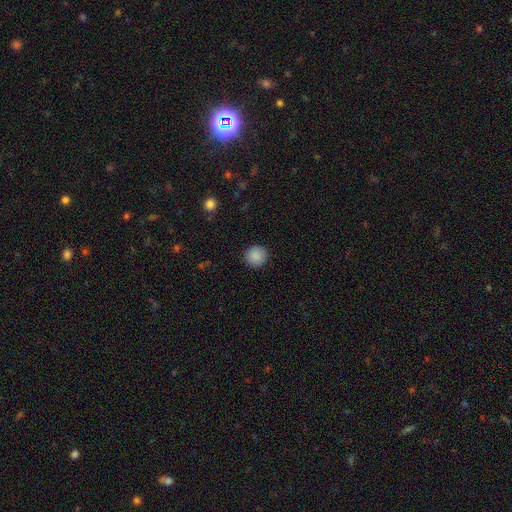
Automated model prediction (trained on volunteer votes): Q: Smooth or featured?
A: smooth (89%); runner-up: star or artifact (9%)
Q: How rounded?
A: round (94%); runner-up: in between (5%)
Q: Merging?
A: none (92%); runner-up: minor disturbance (5%)